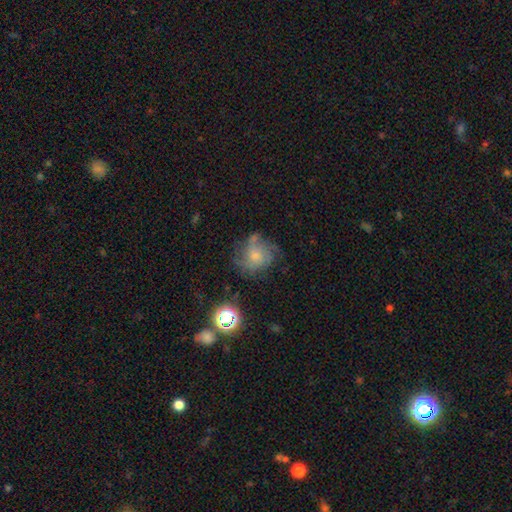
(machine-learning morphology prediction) This is marginally a featured or disk galaxy (43%). Merging: possibly none (53%).